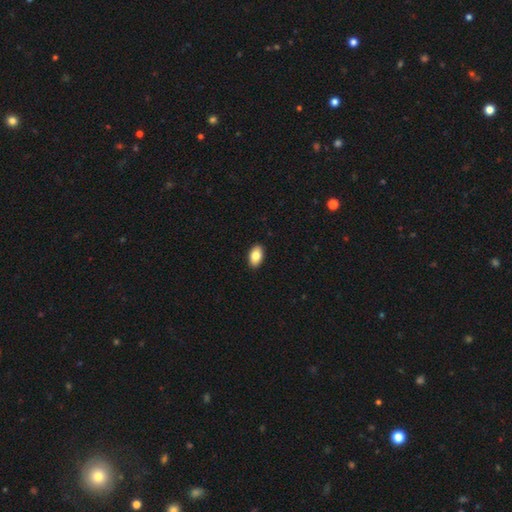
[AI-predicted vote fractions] smooth_or_featured: smooth (p=0.83) [alt: featured or disk p=0.09]
how_rounded: in between (p=0.93) [alt: round p=0.06]
merging: none (p=0.91) [alt: minor disturbance p=0.06]